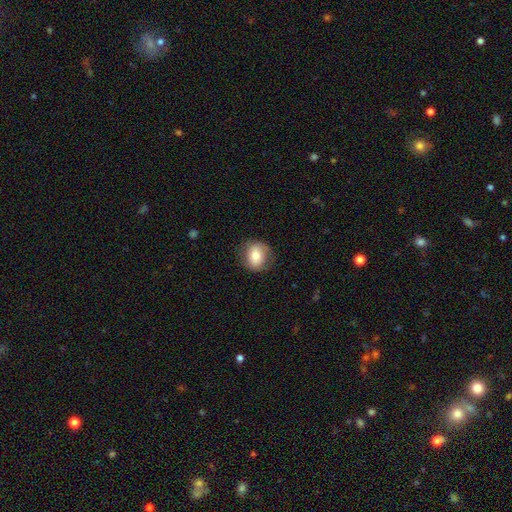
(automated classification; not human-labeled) Smooth or featured? Predicted: smooth (p=0.72). How rounded? Predicted: round (p=0.72). Merging? Predicted: none (p=0.77).